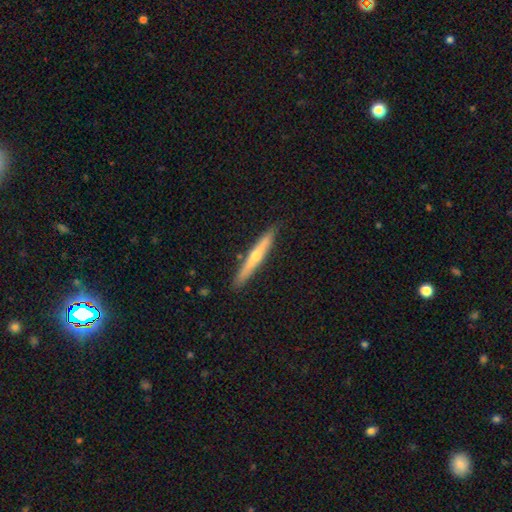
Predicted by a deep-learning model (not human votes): This appears to be a featured or disk galaxy (57%) viewed edge-on (95%) with a rounded central bulge (81%). Merging: none (89%).